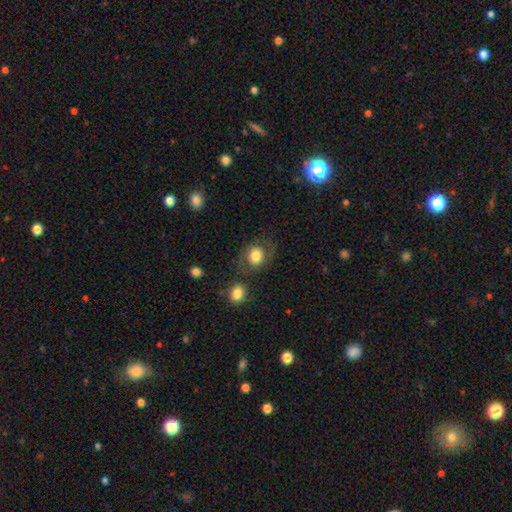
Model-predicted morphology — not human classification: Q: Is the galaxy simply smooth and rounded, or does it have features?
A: smooth — 75%.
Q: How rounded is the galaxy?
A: round — 66%.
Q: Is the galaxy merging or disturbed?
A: none — 68%.